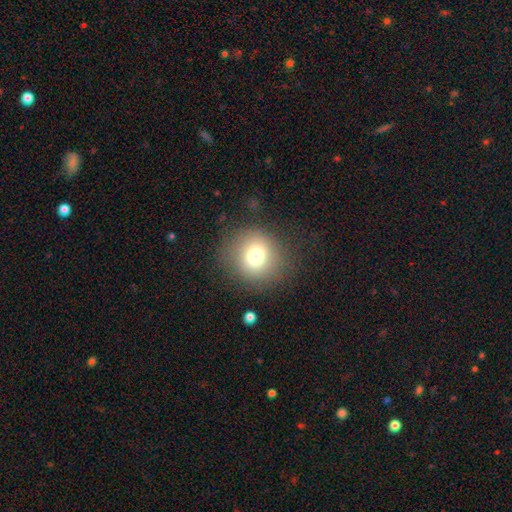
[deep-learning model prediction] This appears to be a smooth galaxy with no disk features (75%) that is round (89%). Merging: none (83%).